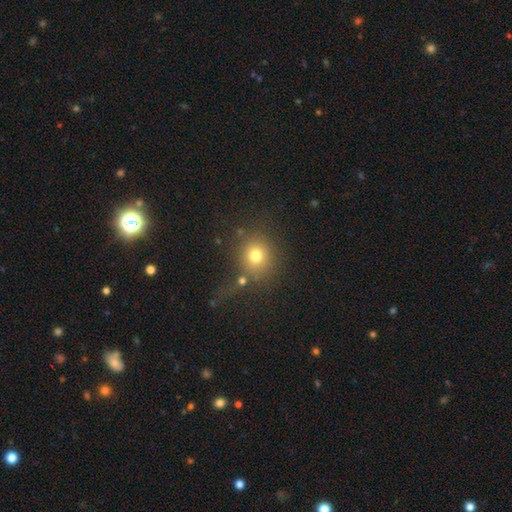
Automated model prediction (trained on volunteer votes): Smooth or featured: smooth — 74% (star or artifact — 15%)
How rounded: round — 86% (in between — 13%)
Merging: none — 69% (minor disturbance — 12%)